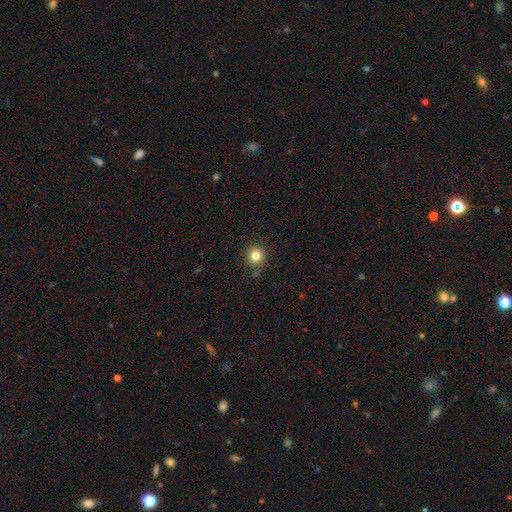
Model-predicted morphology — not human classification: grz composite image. It shows a smooth galaxy with no disk features (82%) that is round (90%). Merging: none (81%).